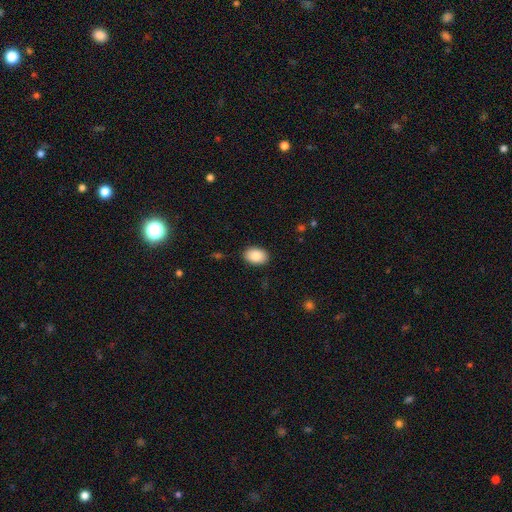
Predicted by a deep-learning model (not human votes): Smooth or featured? smooth (88%)
How rounded? in between (82%)
Merging? none (88%)